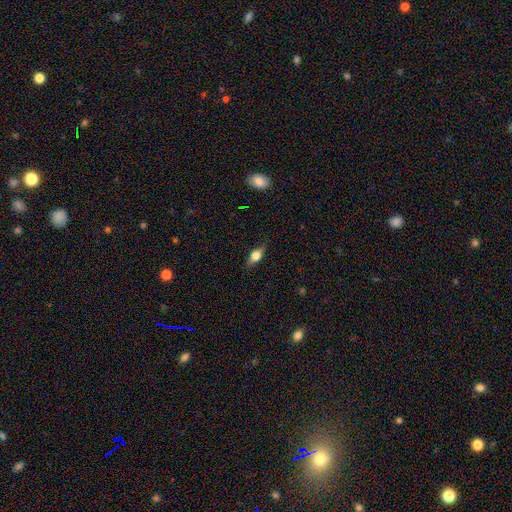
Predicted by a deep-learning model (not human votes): A smooth galaxy with no disk features (49%). Merging: none (81%).